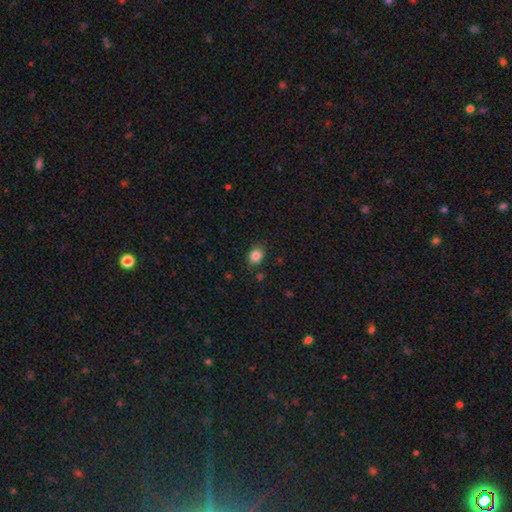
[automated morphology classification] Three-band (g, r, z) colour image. It shows a smooth galaxy with no disk features (85%) that is in between round and cigar-shaped (52%). Merging: none (84%).